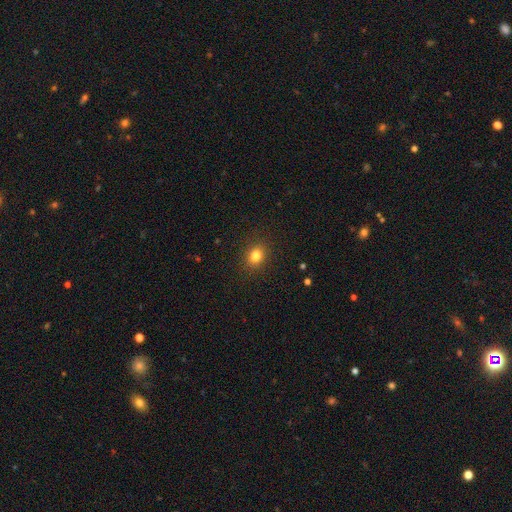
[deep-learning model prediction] This is clearly a smooth galaxy (82%). How rounded: possibly round (52%). Merging: clearly none (89%).